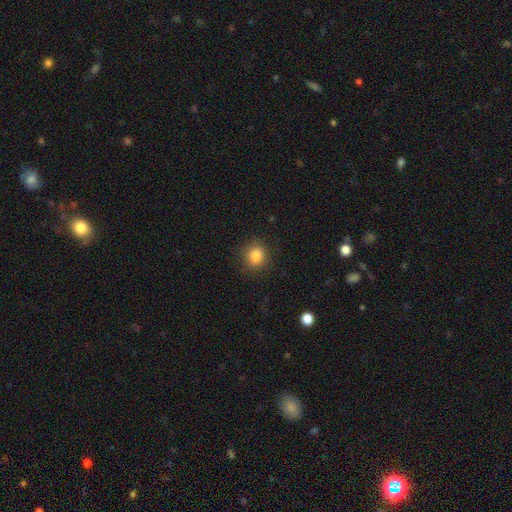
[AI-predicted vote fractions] Smooth or featured?
  - smooth: 85% *
  - star or artifact: 10%
  - featured or disk: 4%
How rounded?
  - round: 73% *
  - in between: 25%
  - cigar-shaped: 1%
Merging?
  - none: 86% *
  - minor disturbance: 10%
  - major disturbance: 3%
  - merger: 1%